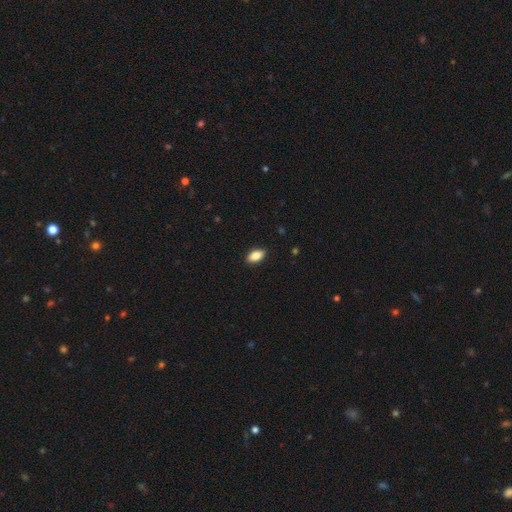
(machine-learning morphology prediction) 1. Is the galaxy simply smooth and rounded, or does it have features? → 86% smooth, 7% star or artifact, 7% featured or disk.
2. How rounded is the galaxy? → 91% in between, 5% round, 4% cigar-shaped.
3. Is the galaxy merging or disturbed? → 89% none, 8% minor disturbance, 2% major disturbance, 1% merger.